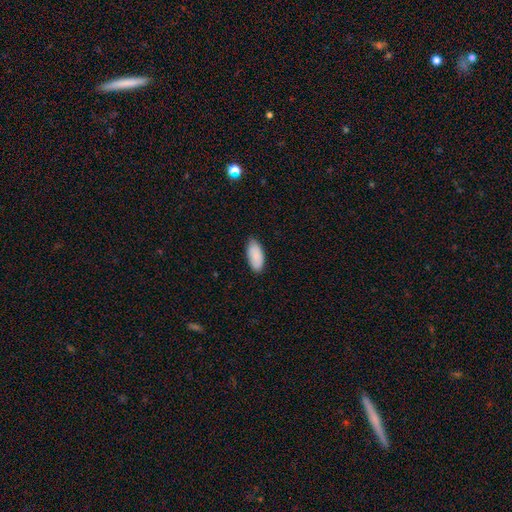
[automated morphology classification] Smooth or featured? smooth (89%)
How rounded? in between (92%)
Merging? none (81%)